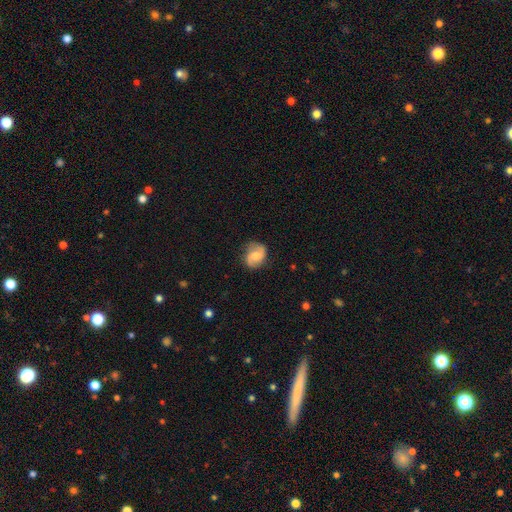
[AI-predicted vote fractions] Morphology: type=featured or disk (65%); edge-on=no (98%); bar=no (47%); spiral arms=yes (94%); winding=medium (43%); arm count=2 (90%); bulge=moderate (43%); merging=none (78%).